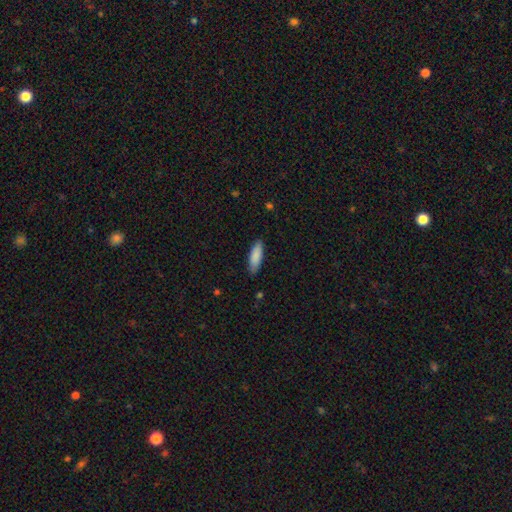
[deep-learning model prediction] Smooth or featured? smooth (87%)
How rounded? in between (56%)
Merging? none (86%)